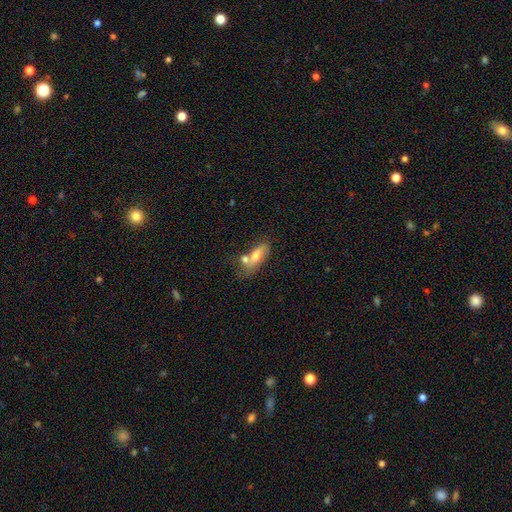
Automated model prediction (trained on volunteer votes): Smooth or featured? Predicted: smooth (p=0.68). How rounded? Predicted: in between (p=0.71). Merging? Predicted: none (p=0.40).